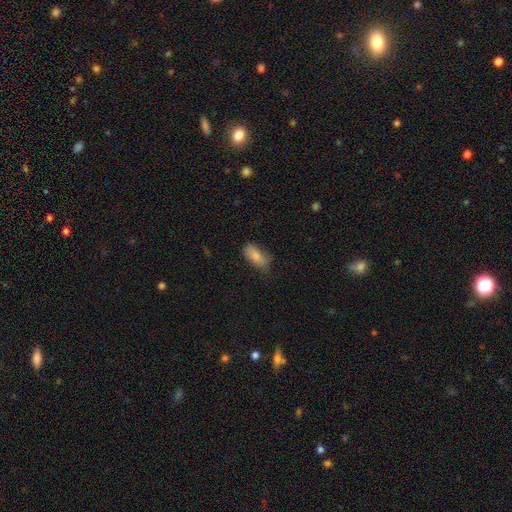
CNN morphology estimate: Overall: smooth (82%). How rounded: in between (89%). Merging: none (63%; minor disturbance 29%).